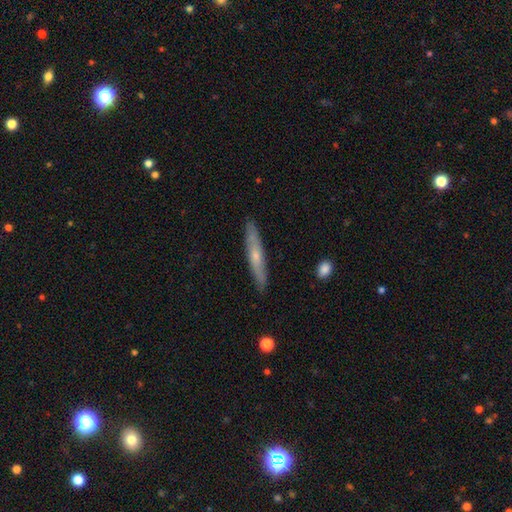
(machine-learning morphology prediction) smooth-or-featured: featured or disk: 50% | smooth: 44% | star or artifact: 6%
  merging: none: 88% | minor disturbance: 9% | major disturbance: 2% | merger: 1%